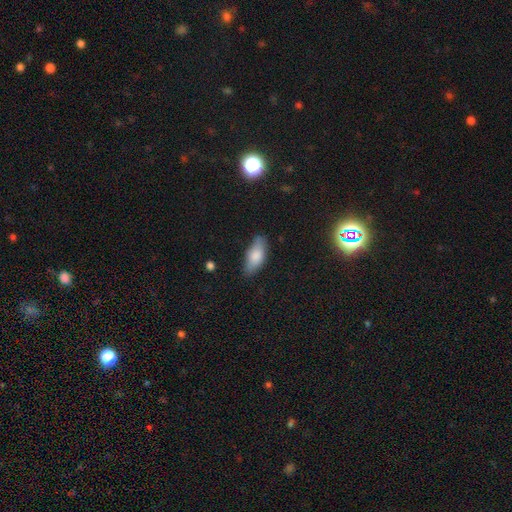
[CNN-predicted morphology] smooth 79%, featured or disk 14%, star or artifact 7%. Down the decision tree: how rounded — in between (84%); merging — none (76%).